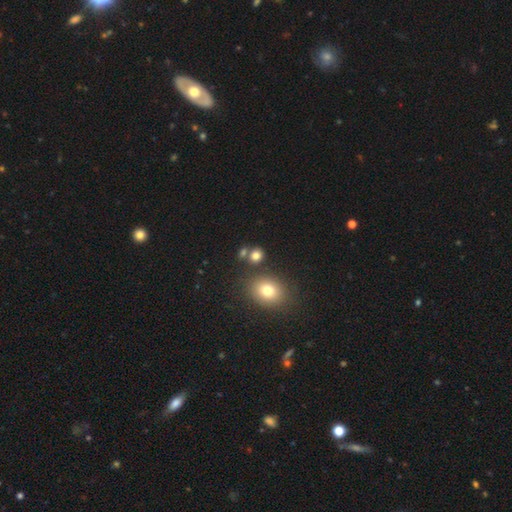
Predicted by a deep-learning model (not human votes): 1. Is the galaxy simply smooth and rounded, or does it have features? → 78% smooth, 14% star or artifact, 8% featured or disk.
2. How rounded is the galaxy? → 68% round, 31% in between, 1% cigar-shaped.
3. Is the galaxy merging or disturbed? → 70% none, 17% merger, 9% minor disturbance, 4% major disturbance.